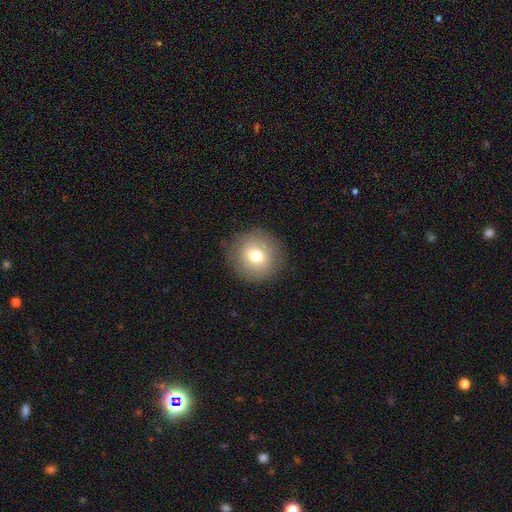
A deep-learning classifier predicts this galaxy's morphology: type=smooth (73%); roundness=round (93%); merging=none (87%).